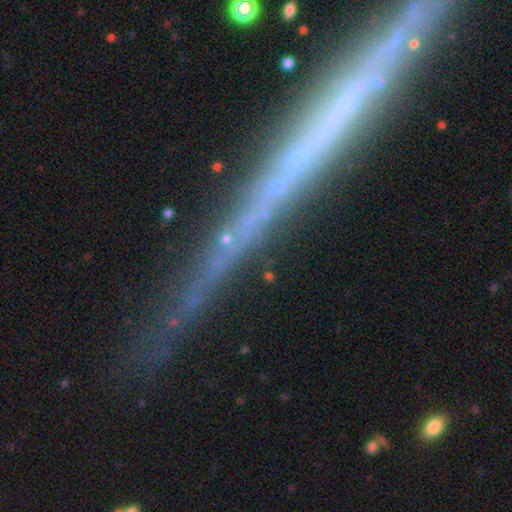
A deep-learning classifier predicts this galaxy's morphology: This appears to be a featured or disk galaxy (57%) viewed edge-on (85%). Merging: none (71%).